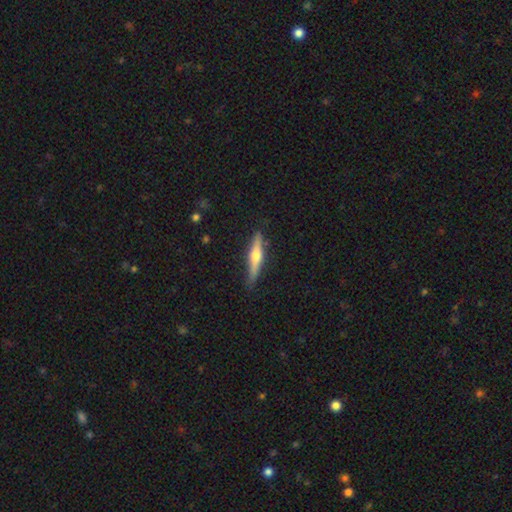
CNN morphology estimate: Smooth or featured? Predicted: featured or disk (p=0.61). Edge-on disk? Predicted: yes (p=0.96). Edge-on bulge? Predicted: rounded (p=0.92). Merging? Predicted: none (p=0.86).